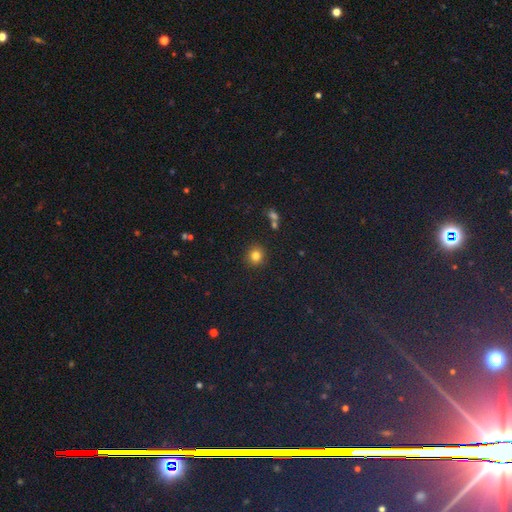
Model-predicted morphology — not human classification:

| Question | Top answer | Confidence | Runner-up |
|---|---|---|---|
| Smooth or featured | smooth | 81% | star or artifact (13%) |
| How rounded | round | 90% | in between (9%) |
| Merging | none | 88% | minor disturbance (7%) |